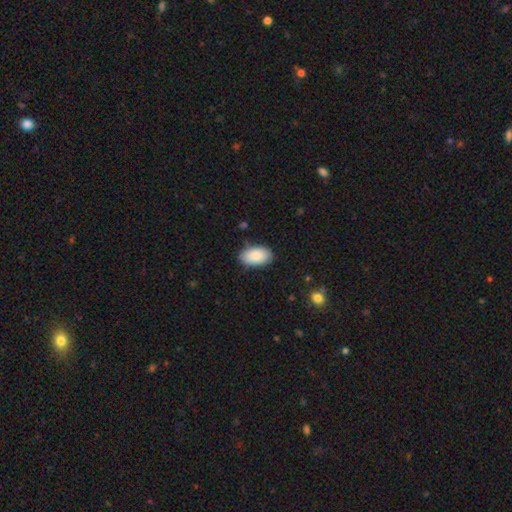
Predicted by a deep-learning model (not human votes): smooth_or_featured: smooth (p=0.89) [alt: star or artifact p=0.06]
how_rounded: in between (p=0.95) [alt: round p=0.03]
merging: none (p=0.84) [alt: minor disturbance p=0.12]